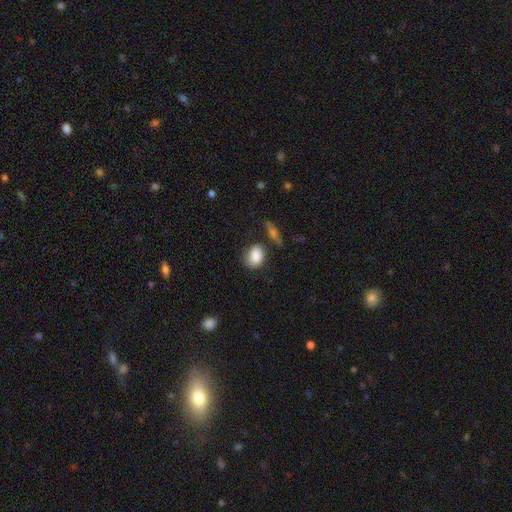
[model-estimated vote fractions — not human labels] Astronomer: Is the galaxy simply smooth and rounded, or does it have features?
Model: smooth — 86%.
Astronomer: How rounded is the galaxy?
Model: in between — 69%.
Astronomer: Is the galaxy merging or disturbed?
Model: none — 61%.